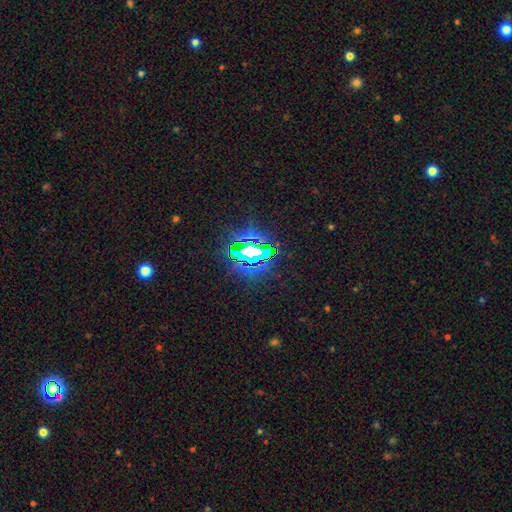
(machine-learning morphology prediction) Smooth or featured: star or artifact — 75% (smooth — 13%)